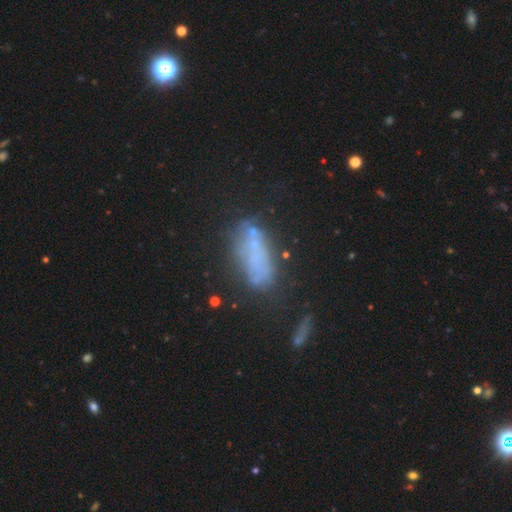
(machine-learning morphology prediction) Smooth or featured?
  - smooth: 46% *
  - featured or disk: 38%
  - star or artifact: 16%
Merging?
  - none: 50% *
  - minor disturbance: 21%
  - major disturbance: 18%
  - merger: 11%